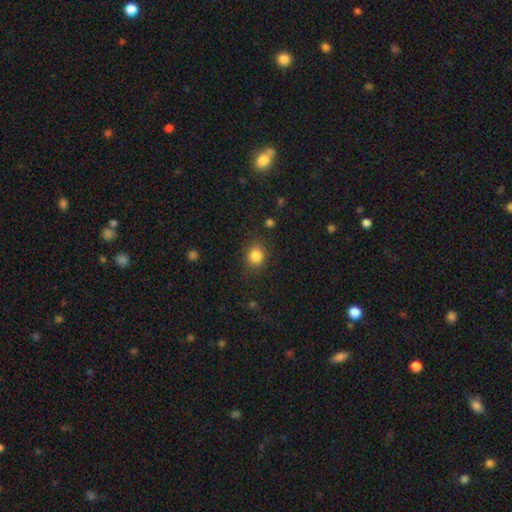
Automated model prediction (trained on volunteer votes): This appears to be a smooth galaxy with no disk features (85%) that is round (76%). Merging: none (85%).